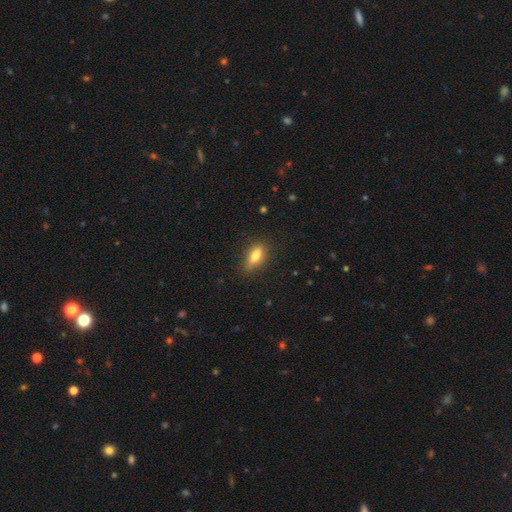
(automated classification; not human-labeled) This is likely a smooth galaxy (72%). How rounded: likely in between (67%). Merging: likely none (80%).